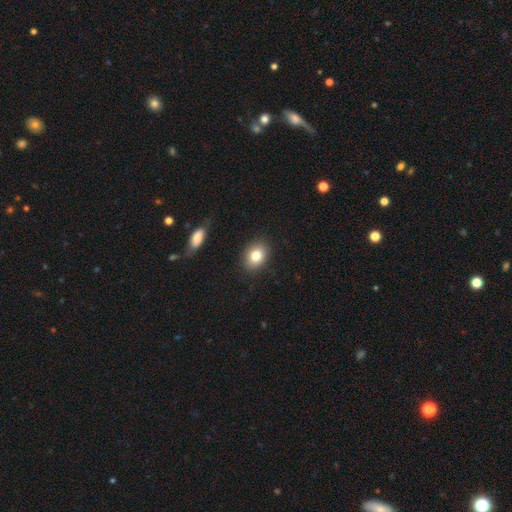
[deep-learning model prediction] The model was most divided on "how rounded": in between: 63%, round: 36%, cigar-shaped: 1%. More confident: merging — none (86%); smooth or featured — smooth (81%).